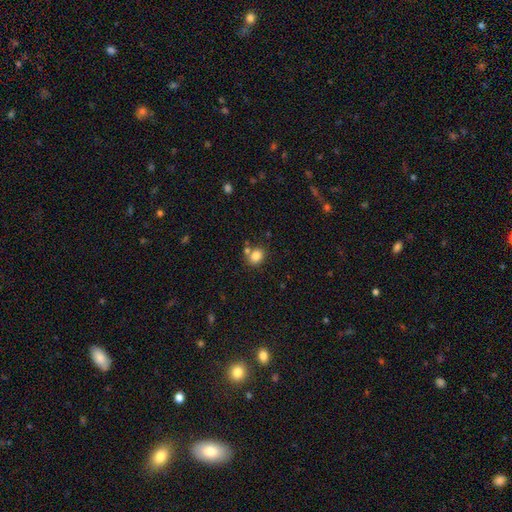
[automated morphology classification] type=smooth (82%); roundness=round (52%); merging=none (64%).